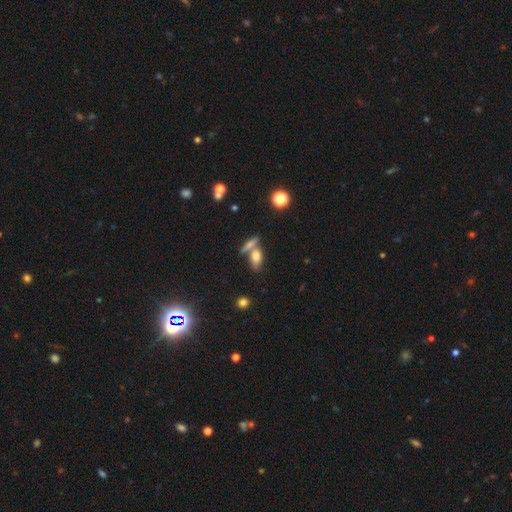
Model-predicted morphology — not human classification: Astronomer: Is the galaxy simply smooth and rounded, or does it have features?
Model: smooth — 69%.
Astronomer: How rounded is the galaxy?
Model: in between — 70%.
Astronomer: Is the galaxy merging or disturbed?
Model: none — 49% (runner-up: merger, 37%).